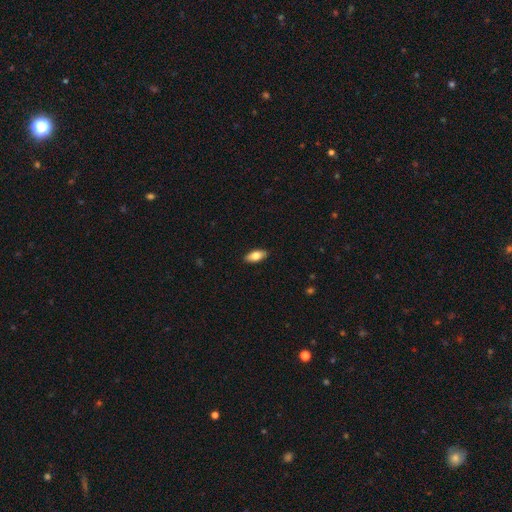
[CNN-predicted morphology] Smooth or featured: smooth — 78% (featured or disk — 15%)
How rounded: in between — 87% (cigar-shaped — 11%)
Merging: none — 90% (minor disturbance — 8%)